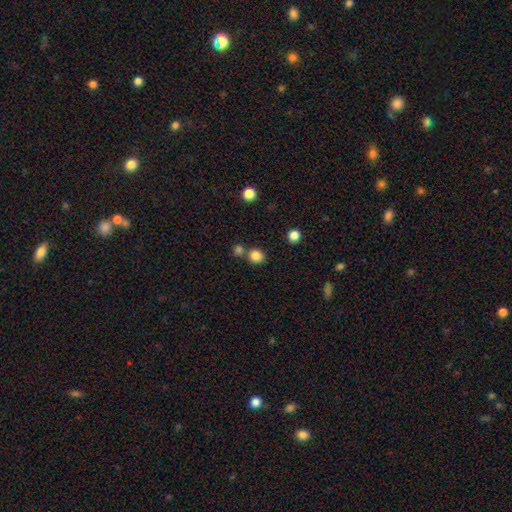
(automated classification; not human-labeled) The model was most divided on "merging": none: 70%, merger: 19%, minor disturbance: 8%, major disturbance: 3%. More confident: smooth or featured — smooth (84%); how rounded — round (83%).